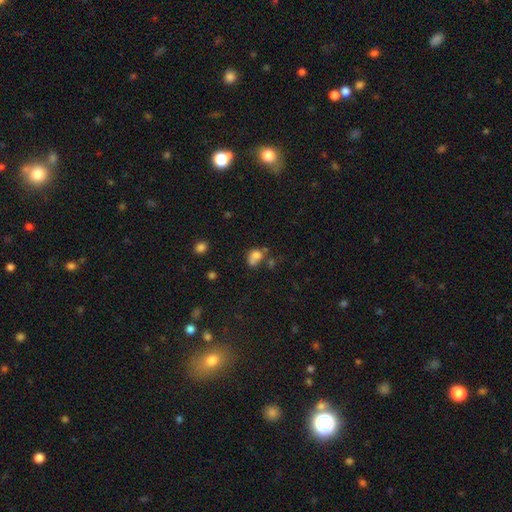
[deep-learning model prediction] Smooth or featured?
  - smooth: 71% *
  - featured or disk: 15%
  - star or artifact: 13%
How rounded?
  - in between: 51% *
  - round: 48%
  - cigar-shaped: 1%
Merging?
  - merger: 41% *
  - none: 30%
  - minor disturbance: 17%
  - major disturbance: 12%